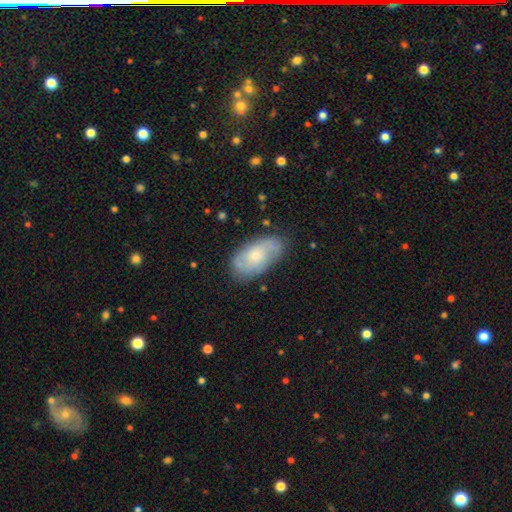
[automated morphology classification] type=featured or disk (49%); merging=none (74%).